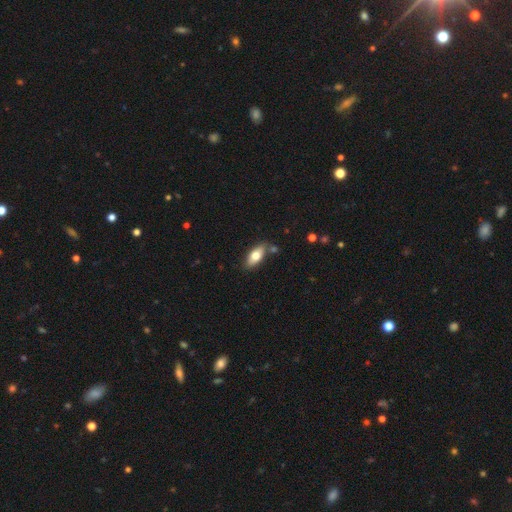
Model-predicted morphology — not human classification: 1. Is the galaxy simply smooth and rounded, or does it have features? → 72% smooth, 21% featured or disk, 7% star or artifact.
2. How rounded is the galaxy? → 84% in between, 14% cigar-shaped, 3% round.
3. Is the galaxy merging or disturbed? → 76% none, 14% minor disturbance, 7% merger, 3% major disturbance.